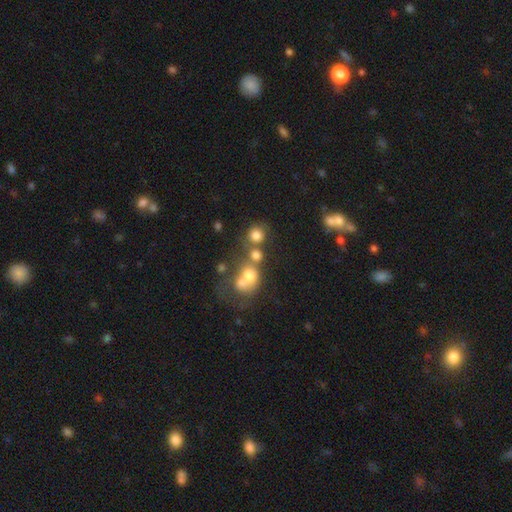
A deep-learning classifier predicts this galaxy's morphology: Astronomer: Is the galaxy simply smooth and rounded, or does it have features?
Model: smooth — 68%.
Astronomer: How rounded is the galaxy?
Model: round — 74%.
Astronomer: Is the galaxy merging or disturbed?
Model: merger — 45% (runner-up: none, 37%).